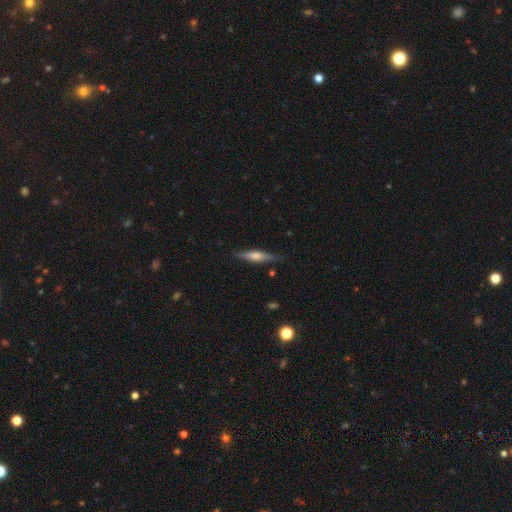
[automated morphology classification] Smooth or featured: featured or disk — 55% (smooth — 39%)
Edge-on disk: yes — 95% (no — 5%)
Edge-on bulge: rounded — 76% (boxy — 15%)
Merging: none — 85% (minor disturbance — 11%)